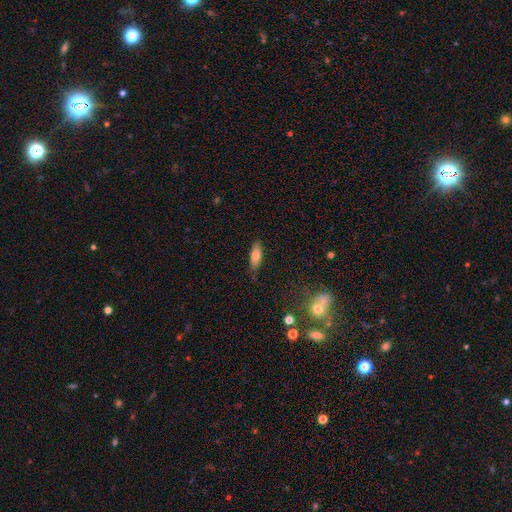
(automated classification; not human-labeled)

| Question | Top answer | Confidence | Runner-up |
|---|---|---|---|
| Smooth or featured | smooth | 76% | featured or disk (17%) |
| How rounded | in between | 60% | cigar-shaped (38%) |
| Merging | none | 81% | minor disturbance (15%) |